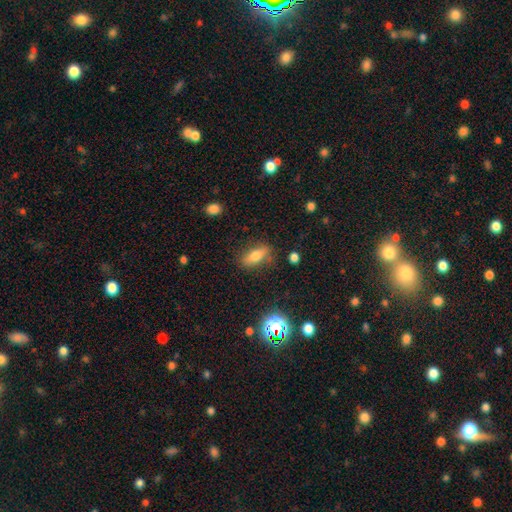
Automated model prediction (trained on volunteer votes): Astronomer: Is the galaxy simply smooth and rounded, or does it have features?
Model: smooth — 65%.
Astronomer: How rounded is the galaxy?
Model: in between — 63%.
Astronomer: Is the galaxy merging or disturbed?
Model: none — 81%.